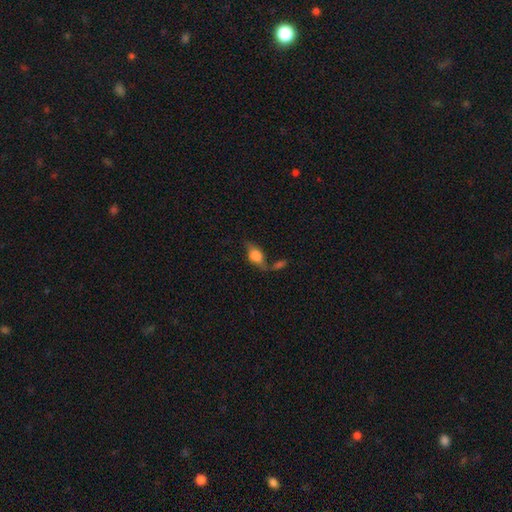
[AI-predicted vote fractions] A smooth galaxy with no disk features (57%) that is in between round and cigar-shaped (78%).

Vote fractions:
- Smooth or featured? smooth: 57% / featured or disk: 33% / star or artifact: 10%
- How rounded? in between: 78% / round: 14% / cigar-shaped: 8%
- Merging? none: 37% / merger: 27% / minor disturbance: 19% / major disturbance: 16%